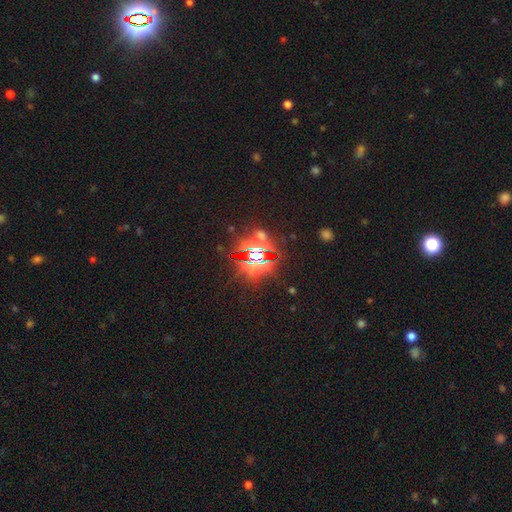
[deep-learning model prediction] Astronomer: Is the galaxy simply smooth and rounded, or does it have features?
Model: star or artifact — 78%.